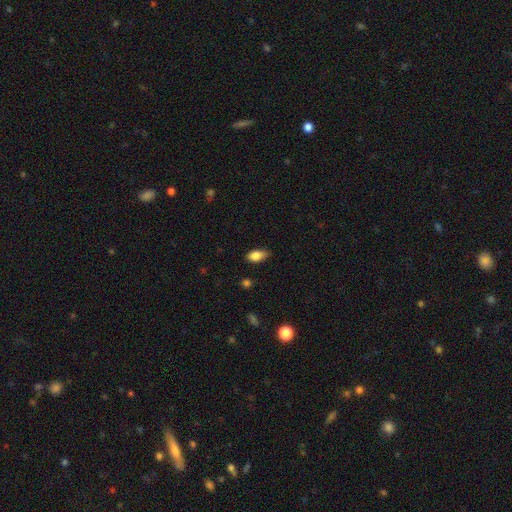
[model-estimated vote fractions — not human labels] smooth 85%, star or artifact 8%, featured or disk 7%. Down the decision tree: how rounded — in between (90%); merging — none (72%).